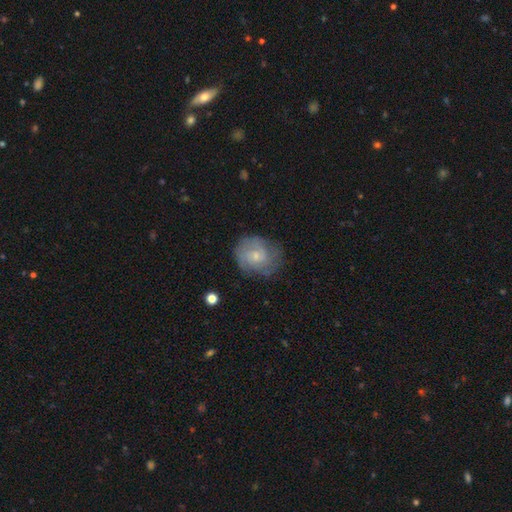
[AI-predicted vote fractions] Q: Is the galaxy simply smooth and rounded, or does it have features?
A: smooth — 47%.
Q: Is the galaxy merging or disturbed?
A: none — 62%.